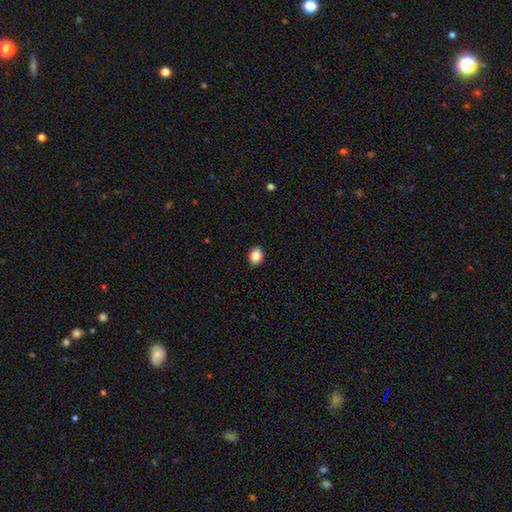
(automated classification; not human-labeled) smooth 87%, star or artifact 9%, featured or disk 4%. Down the decision tree: how rounded — round (50%); merging — none (90%).